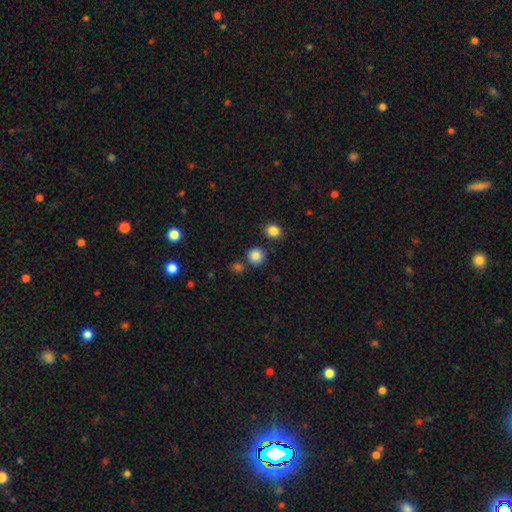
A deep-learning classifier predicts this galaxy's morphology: This is clearly a smooth galaxy (85%). How rounded: clearly round (91%). Merging: clearly none (80%).